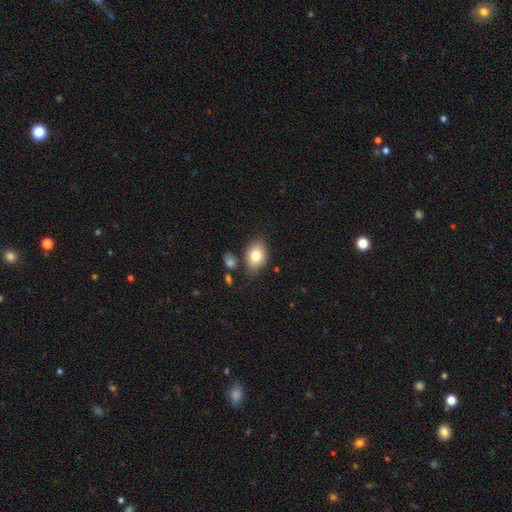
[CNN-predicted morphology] smooth_or_featured: smooth (p=0.80) [alt: featured or disk p=0.12]
how_rounded: in between (p=0.82) [alt: round p=0.17]
merging: none (p=0.77) [alt: minor disturbance p=0.14]